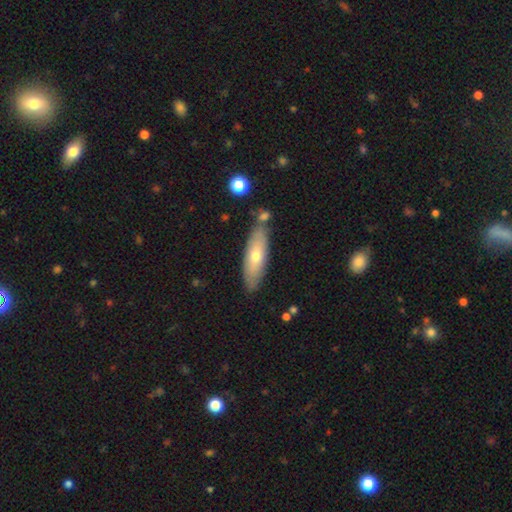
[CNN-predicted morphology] A smooth galaxy with no disk features (57%) that is cigar-shaped (53%).

Vote fractions:
- Smooth or featured? smooth: 57% / featured or disk: 37% / star or artifact: 6%
- How rounded? cigar-shaped: 53% / in between: 45% / round: 2%
- Merging? none: 78% / minor disturbance: 13% / merger: 6% / major disturbance: 3%